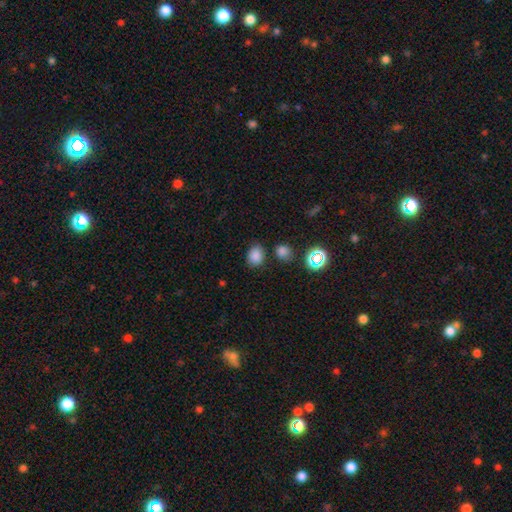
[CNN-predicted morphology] A smooth galaxy with no disk features (81%) that is in between round and cigar-shaped (54%). Merging: none (75%).